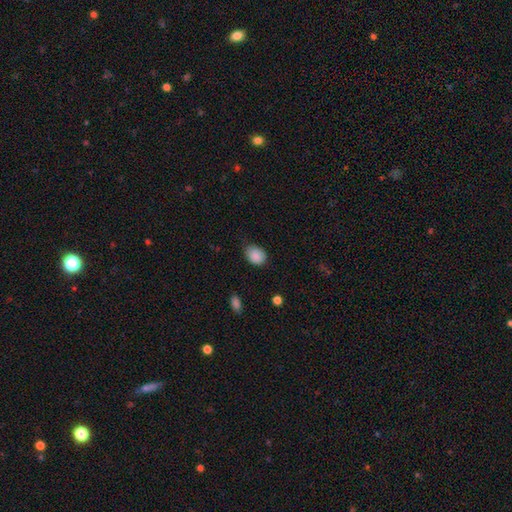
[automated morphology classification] A smooth galaxy with no disk features (88%) that is in between round and cigar-shaped (62%).

Vote fractions:
- Smooth or featured? smooth: 88% / star or artifact: 8% / featured or disk: 4%
- How rounded? in between: 62% / round: 38% / cigar-shaped: 1%
- Merging? none: 66% / minor disturbance: 28% / major disturbance: 5% / merger: 1%